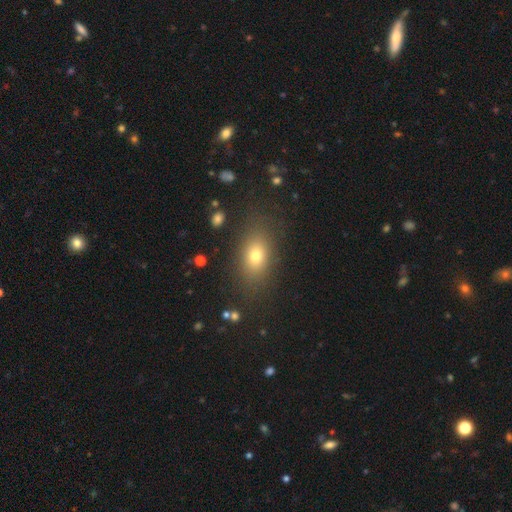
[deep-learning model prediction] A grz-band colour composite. It shows a smooth galaxy with no disk features (73%) that is in between round and cigar-shaped (78%). Merging: none (83%).